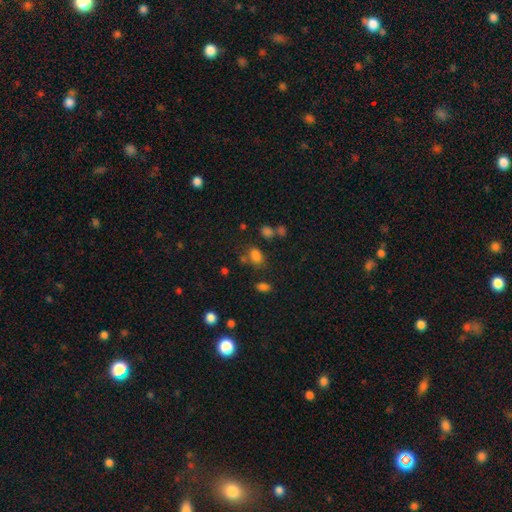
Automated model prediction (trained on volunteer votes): The model was most divided on "merging": none: 61%, minor disturbance: 17%, merger: 15%, major disturbance: 8%. More confident: smooth or featured — smooth (77%); how rounded — in between (76%).